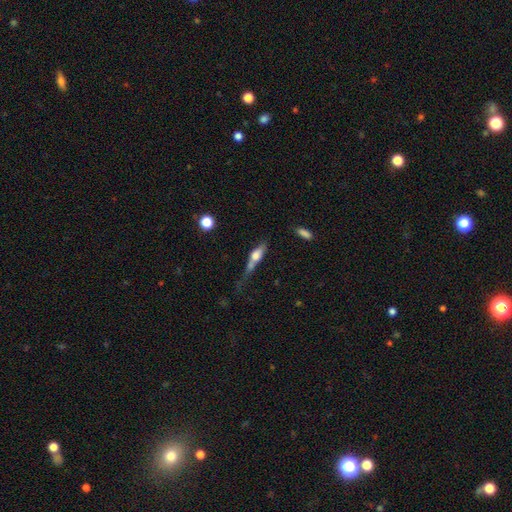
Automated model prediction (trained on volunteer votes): Q: Smooth or featured?
A: smooth (53%); runner-up: featured or disk (39%)
Q: How rounded?
A: cigar-shaped (56%); runner-up: in between (39%)
Q: Merging?
A: none (32%); runner-up: minor disturbance (26%)